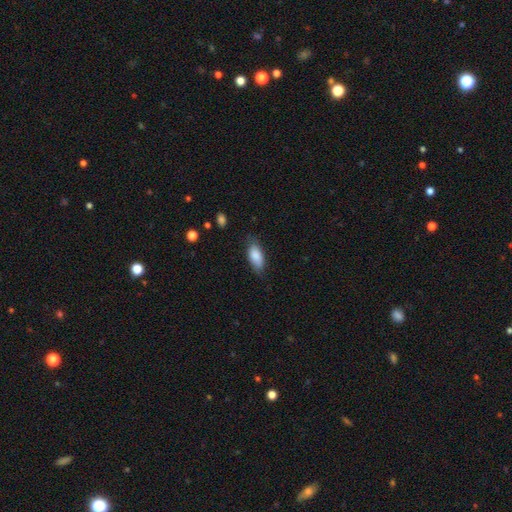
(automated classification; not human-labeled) smooth 86%, featured or disk 8%, star or artifact 6%. Down the decision tree: how rounded — in between (85%); merging — none (74%).